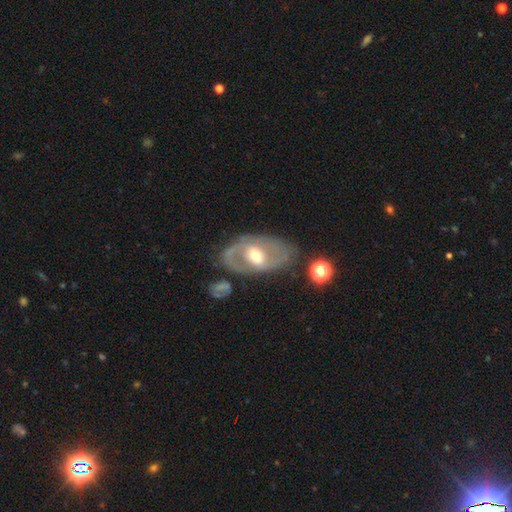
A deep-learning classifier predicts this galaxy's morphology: type=featured or disk (72%); edge-on=no (92%); bar=no (41%); spiral arms=yes (57%); bulge=moderate (66%); merging=none (68%).